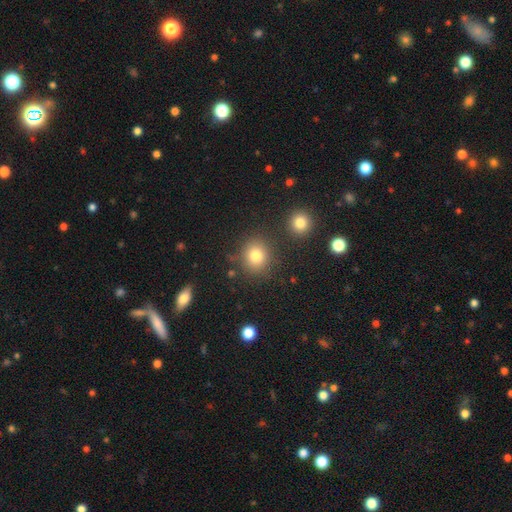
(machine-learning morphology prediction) This is likely a smooth galaxy (79%). How rounded: clearly round (82%). Merging: clearly none (80%).